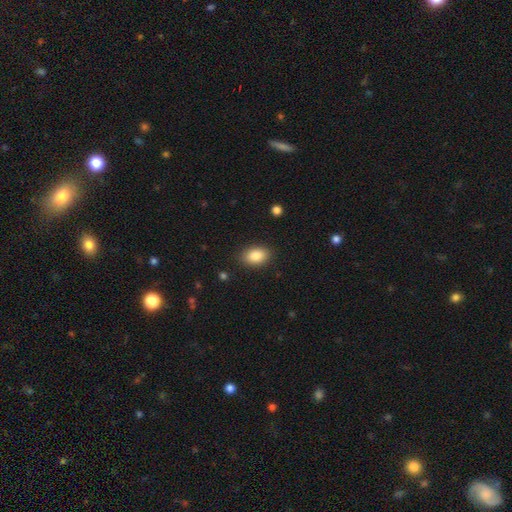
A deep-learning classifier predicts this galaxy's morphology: A smooth galaxy with no disk features (87%) that is in between round and cigar-shaped (84%). Merging: none (88%).